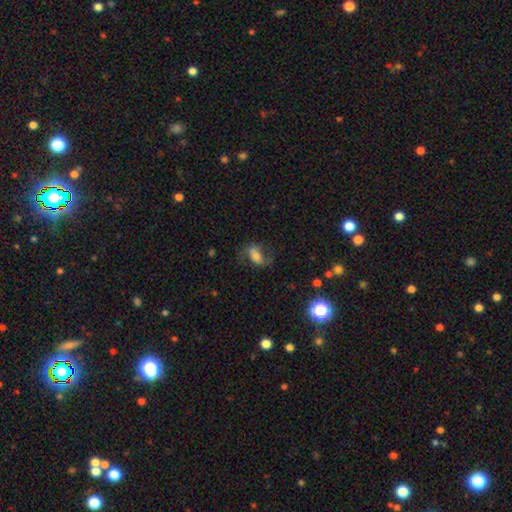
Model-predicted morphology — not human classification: Q: Smooth or featured?
A: featured or disk (54%); runner-up: smooth (35%)
Q: Edge-on disk?
A: no (93%); runner-up: yes (7%)
Q: Bar?
A: strong (38%); runner-up: weak (35%)
Q: Spiral arms?
A: yes (84%); runner-up: no (16%)
Q: Bulge size?
A: moderate (41%); runner-up: small (29%)
Q: Merging?
A: none (62%); runner-up: minor disturbance (19%)